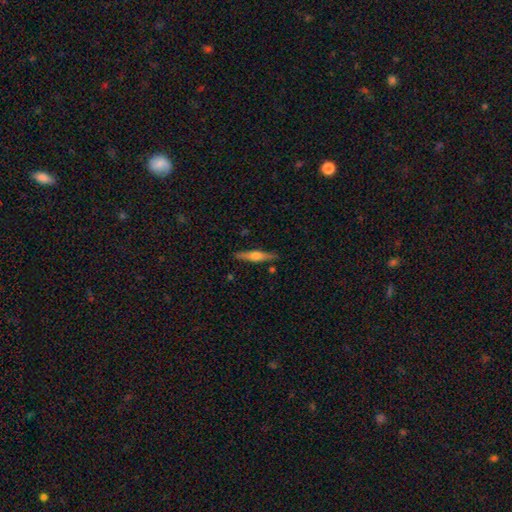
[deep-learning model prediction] This appears to be a featured or disk galaxy (58%) viewed edge-on (96%) with a rounded central bulge (89%). Merging: none (87%).